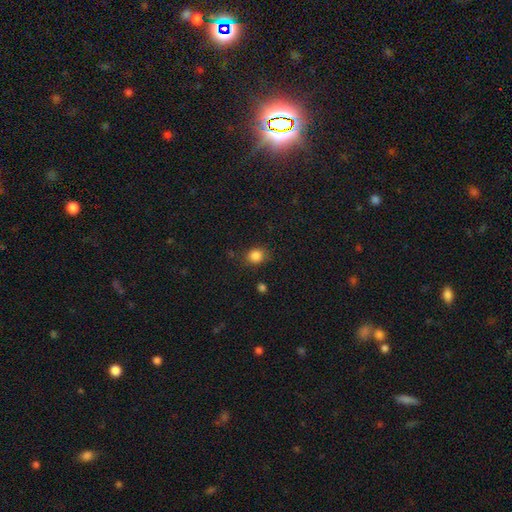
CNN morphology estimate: This is clearly a smooth galaxy (84%). How rounded: likely round (67%). Merging: clearly none (80%).